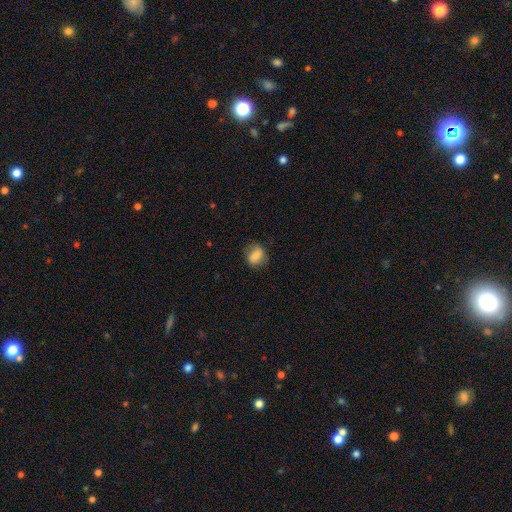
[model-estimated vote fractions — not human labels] Smooth or featured? Predicted: smooth (p=0.78). How rounded? Predicted: round (p=0.51). Merging? Predicted: none (p=0.73).